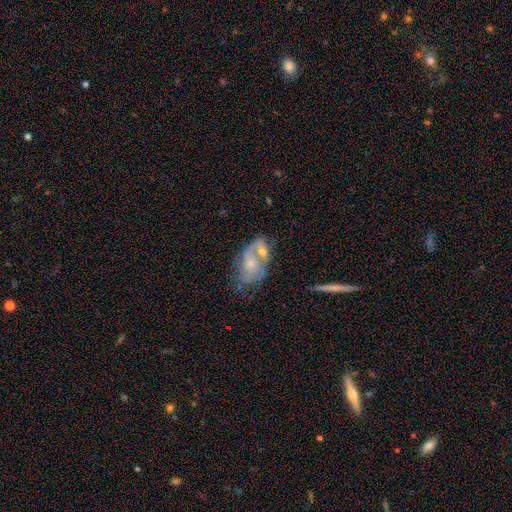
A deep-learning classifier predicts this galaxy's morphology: Smooth or featured?
  - featured or disk: 62% *
  - smooth: 28%
  - star or artifact: 10%
Edge-on disk?
  - no: 92% *
  - yes: 8%
Bar?
  - no: 73% *
  - weak: 22%
  - strong: 4%
Spiral arms?
  - yes: 63% *
  - no: 37%
Bulge size?
  - moderate: 44% *
  - small: 43%
  - none: 9%
  - large: 3%
  - dominant: 1%
Merging?
  - none: 38% *
  - merger: 30%
  - minor disturbance: 19%
  - major disturbance: 13%